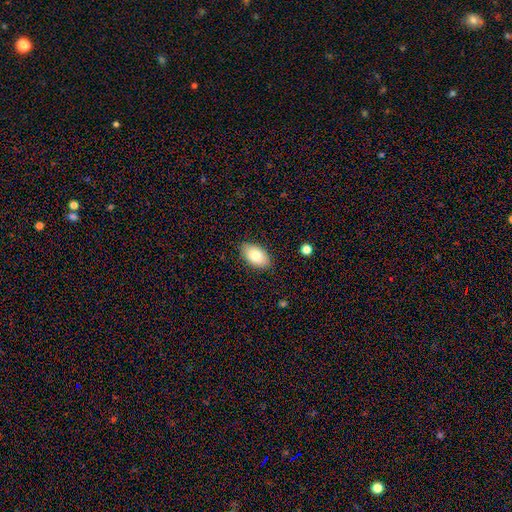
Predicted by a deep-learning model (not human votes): Morphology: type=smooth (81%); roundness=in between (94%); merging=none (86%).